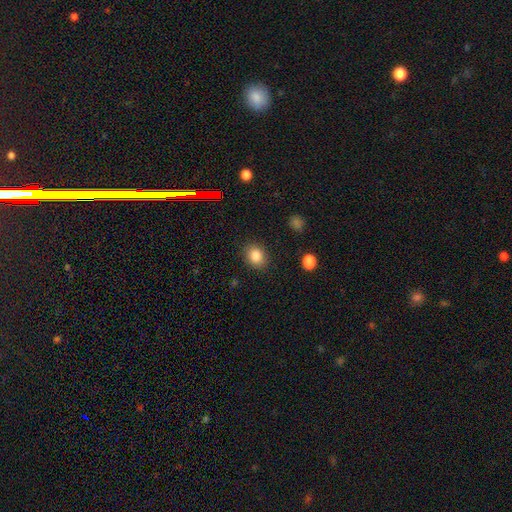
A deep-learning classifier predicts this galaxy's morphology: smooth 84%, star or artifact 10%, featured or disk 6%. Down the decision tree: how rounded — in between (55%); merging — none (87%).